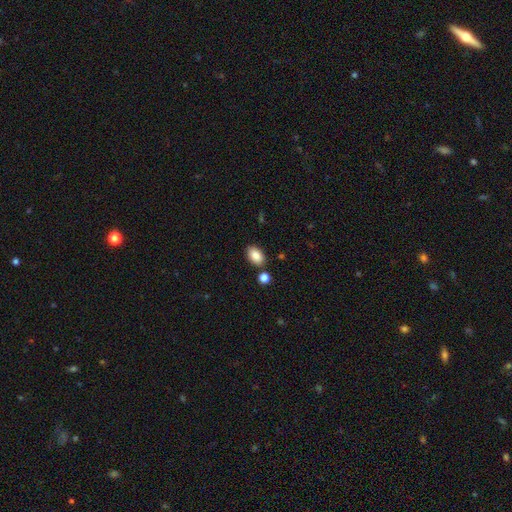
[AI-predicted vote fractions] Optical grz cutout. It shows a smooth galaxy with no disk features (87%) that is in between round and cigar-shaped (90%). Merging: none (82%).